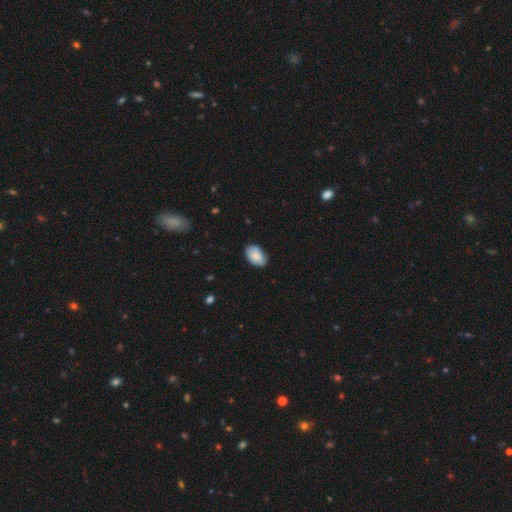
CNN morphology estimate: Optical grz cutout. It shows a smooth galaxy with no disk features (81%) that is in between round and cigar-shaped (91%). Merging: none (81%).